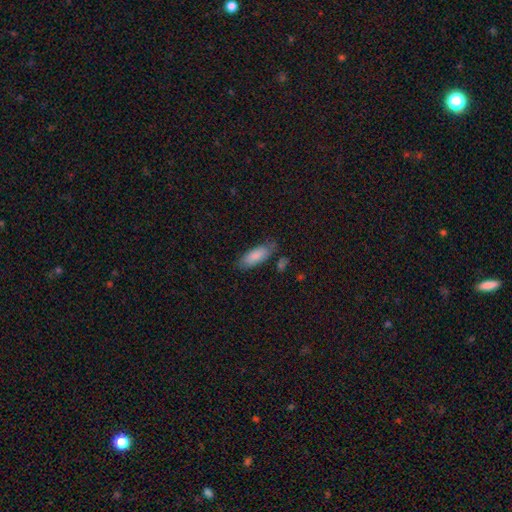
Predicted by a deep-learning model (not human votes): Overall: smooth (86%). How rounded: in between (73%). Merging: none (72%).